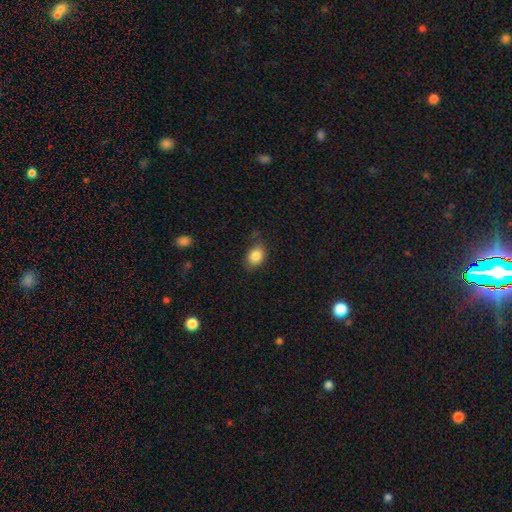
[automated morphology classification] Smooth or featured? smooth (85%)
How rounded? in between (69%)
Merging? none (74%)